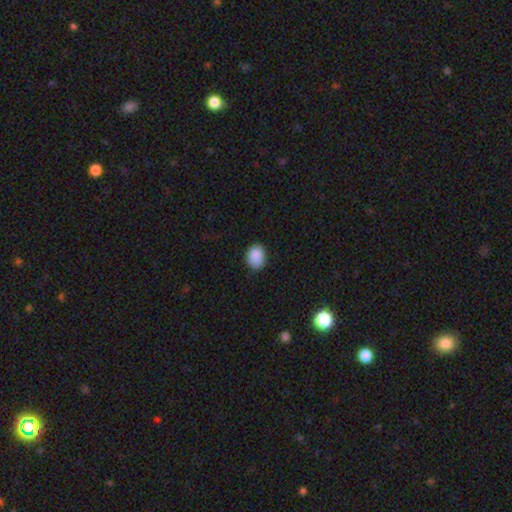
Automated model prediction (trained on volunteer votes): This is clearly a smooth galaxy (88%). How rounded: possibly in between (59%). Merging: clearly none (81%).